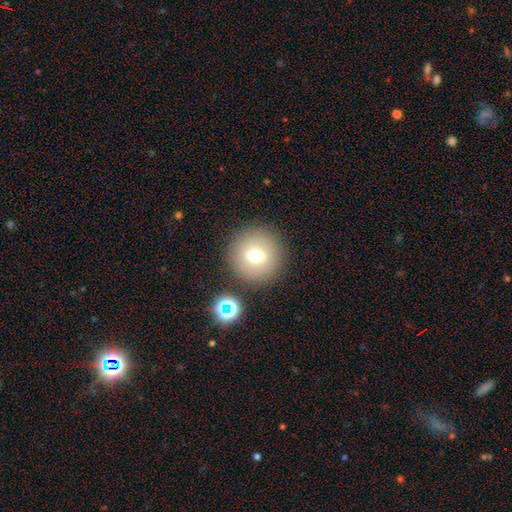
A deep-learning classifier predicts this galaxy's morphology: smooth_or_featured: smooth (p=0.69) [alt: featured or disk p=0.17]
how_rounded: round (p=0.93) [alt: in between p=0.06]
merging: none (p=0.85) [alt: minor disturbance p=0.07]